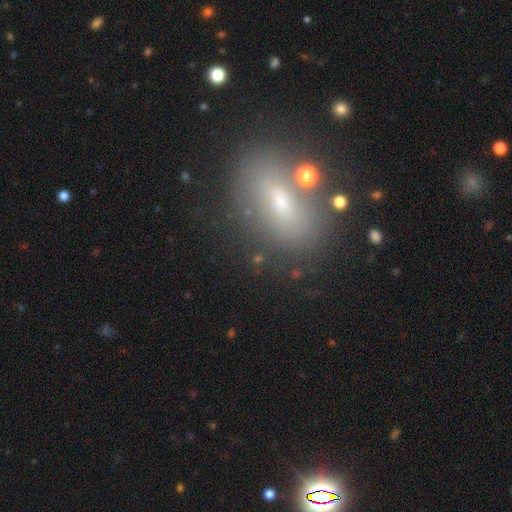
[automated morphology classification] smooth 59%, featured or disk 24%, star or artifact 18%. Down the decision tree: how rounded — in between (78%); merging — none (76%).